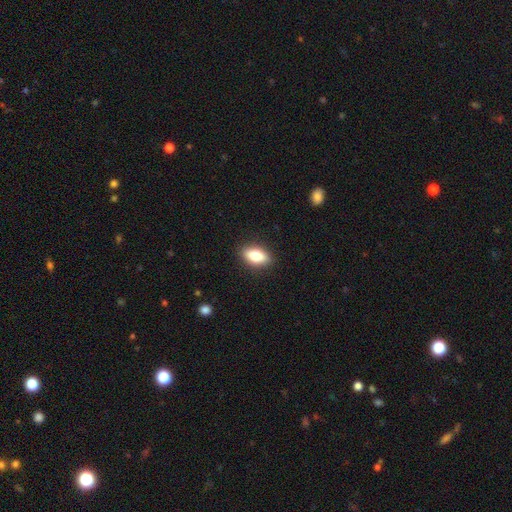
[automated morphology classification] Overall: smooth (76%). How rounded: in between (85%). Merging: none (89%).